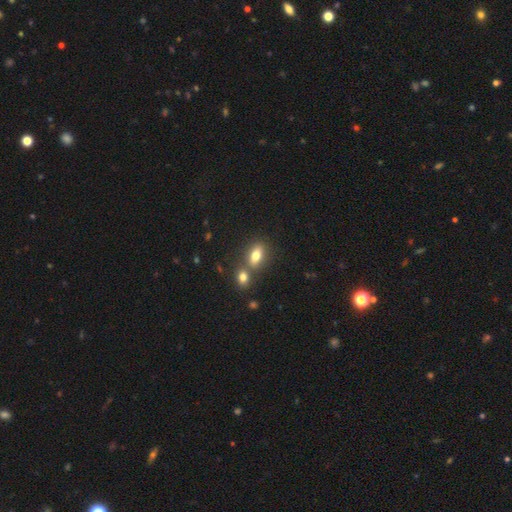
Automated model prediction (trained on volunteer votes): Morphology: type=smooth (77%); roundness=in between (81%); merging=none (55%).